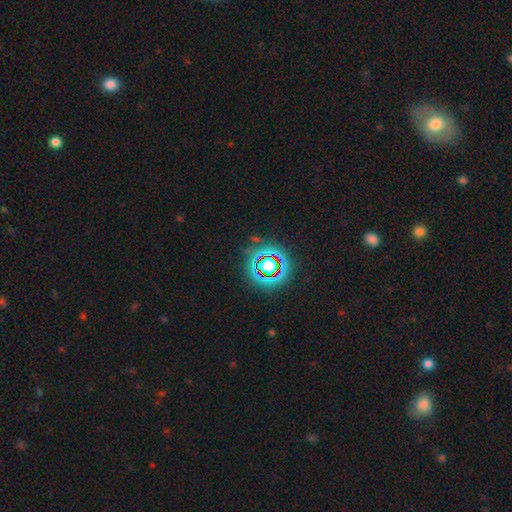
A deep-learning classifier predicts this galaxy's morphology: smooth_or_featured: star or artifact (p=0.61) [alt: smooth p=0.24]